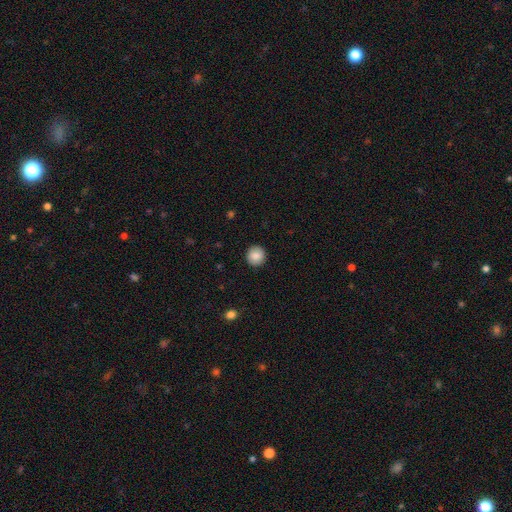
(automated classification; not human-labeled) smooth 87%, star or artifact 8%, featured or disk 5%. Down the decision tree: how rounded — round (92%); merging — none (91%).